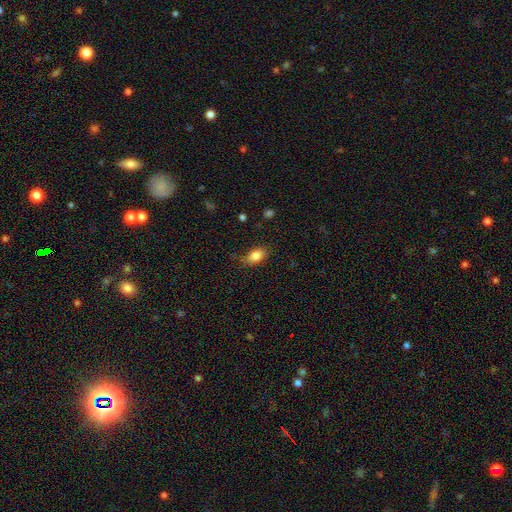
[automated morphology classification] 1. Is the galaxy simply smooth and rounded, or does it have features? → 84% smooth, 8% star or artifact, 7% featured or disk.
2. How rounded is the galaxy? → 86% in between, 11% round, 3% cigar-shaped.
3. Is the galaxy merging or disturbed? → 77% none, 18% minor disturbance, 4% major disturbance, 1% merger.